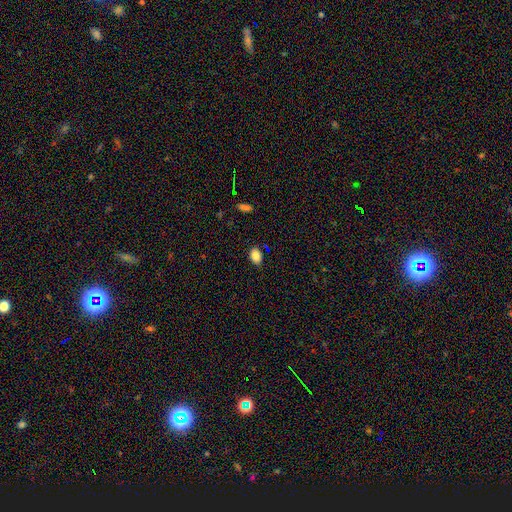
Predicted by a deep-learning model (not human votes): Smooth or featured: smooth — 85% (star or artifact — 9%)
How rounded: in between — 81% (round — 18%)
Merging: none — 81% (minor disturbance — 15%)